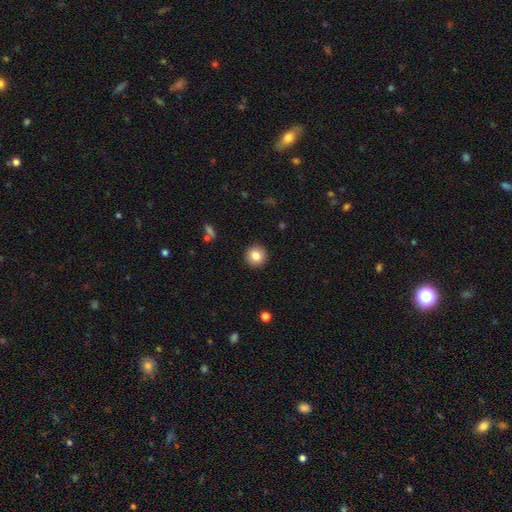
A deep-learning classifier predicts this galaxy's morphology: smooth_or_featured: smooth (p=0.83) [alt: star or artifact p=0.09]
how_rounded: round (p=0.95) [alt: in between p=0.04]
merging: none (p=0.92) [alt: minor disturbance p=0.05]